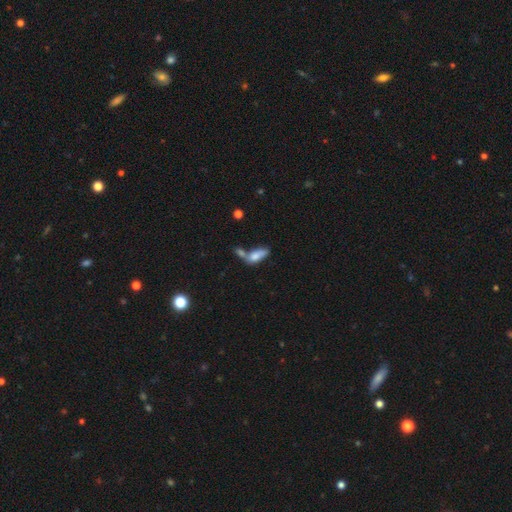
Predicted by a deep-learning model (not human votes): This is likely a smooth galaxy (74%). How rounded: likely in between (73%). Merging: possibly merger (49%).